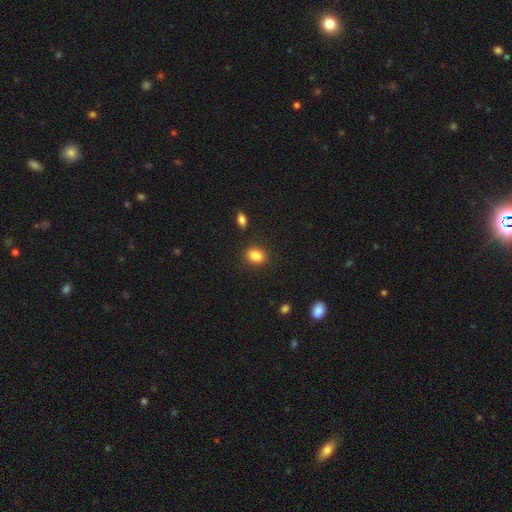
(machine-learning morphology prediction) A smooth galaxy with no disk features (86%) that is in between round and cigar-shaped (69%). Merging: none (86%).